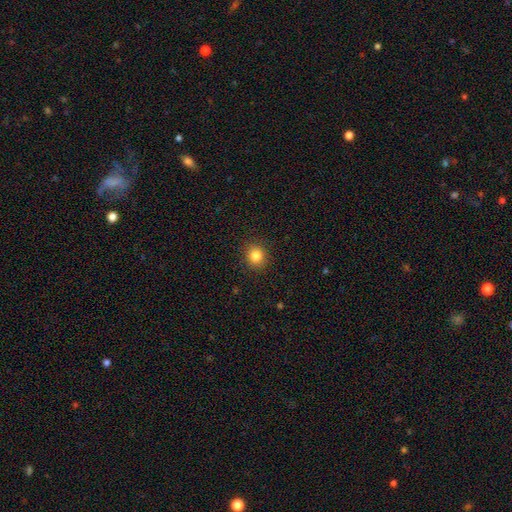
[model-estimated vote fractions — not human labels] Smooth or featured?
  - smooth: 84% *
  - star or artifact: 11%
  - featured or disk: 5%
How rounded?
  - round: 82% *
  - in between: 17%
  - cigar-shaped: 1%
Merging?
  - none: 90% *
  - minor disturbance: 7%
  - major disturbance: 2%
  - merger: 1%